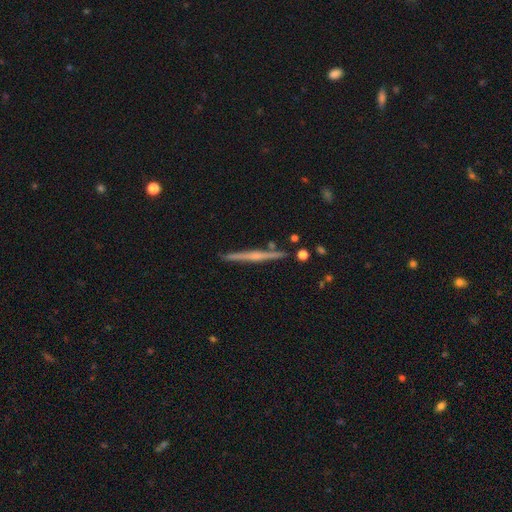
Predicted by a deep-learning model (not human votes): Morphology: type=featured or disk (72%); edge-on=yes (98%); edge-on bulge=rounded (54%); merging=none (88%).